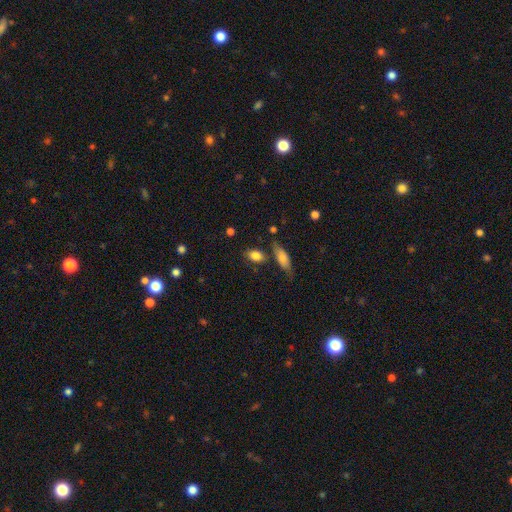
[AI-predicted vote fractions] Smooth or featured? Predicted: smooth (p=0.83). How rounded? Predicted: in between (p=0.77). Merging? Predicted: none (p=0.72).